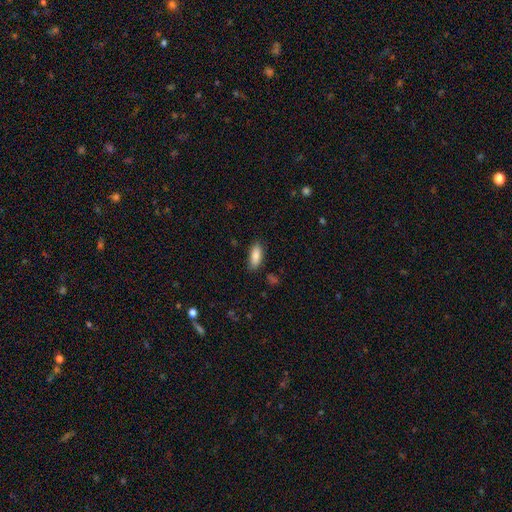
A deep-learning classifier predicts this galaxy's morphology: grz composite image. It shows a smooth galaxy with no disk features (86%) that is in between round and cigar-shaped (76%). Merging: none (82%).